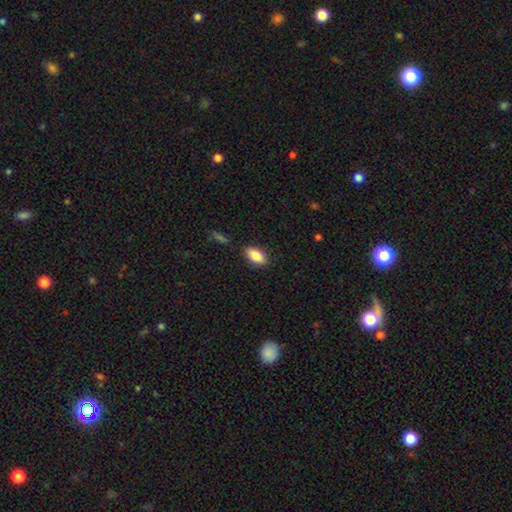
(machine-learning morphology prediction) A smooth galaxy with no disk features (85%) that is in between round and cigar-shaped (91%).

Vote fractions:
- Smooth or featured? smooth: 85% / featured or disk: 8% / star or artifact: 7%
- How rounded? in between: 91% / cigar-shaped: 5% / round: 4%
- Merging? none: 85% / minor disturbance: 10% / merger: 3% / major disturbance: 2%